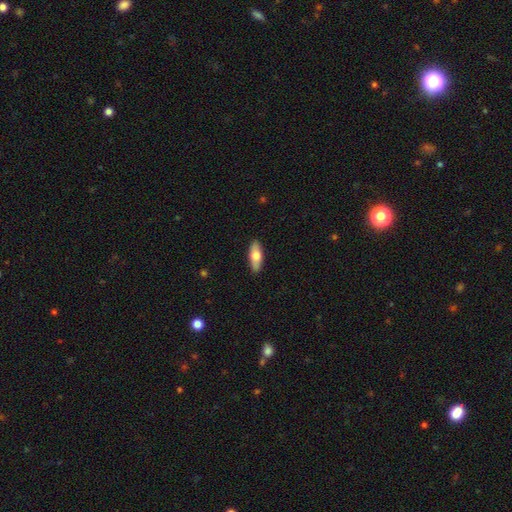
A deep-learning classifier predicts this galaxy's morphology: This appears to be a smooth galaxy with no disk features (66%) that is in between round and cigar-shaped (69%). Merging: none (89%).